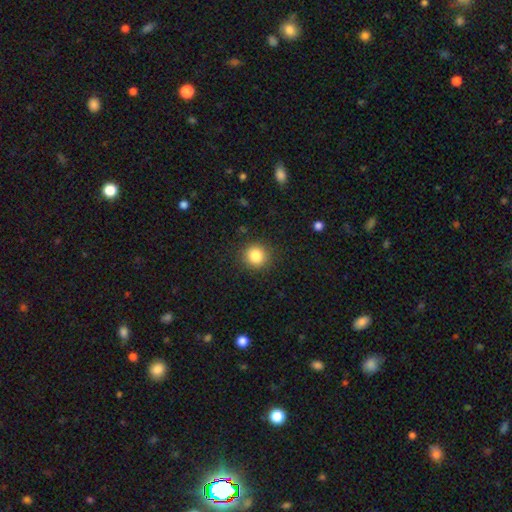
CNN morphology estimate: Smooth or featured: smooth — 85% (star or artifact — 10%)
How rounded: round — 91% (in between — 8%)
Merging: none — 90% (minor disturbance — 7%)